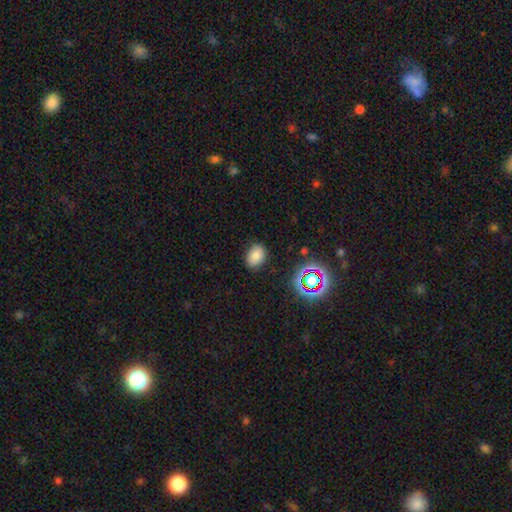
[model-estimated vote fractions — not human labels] A smooth galaxy with no disk features (80%) that is in between round and cigar-shaped (75%). Merging: none (82%).